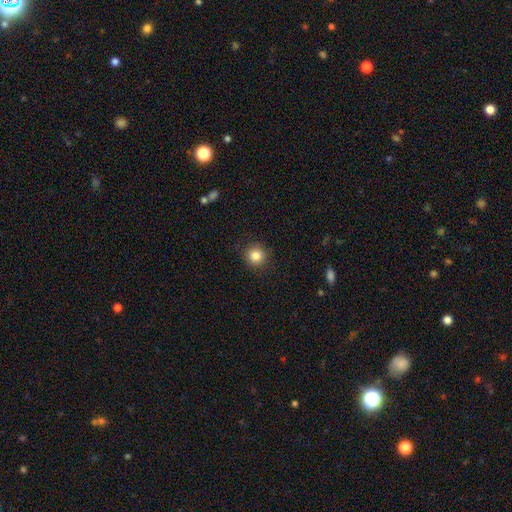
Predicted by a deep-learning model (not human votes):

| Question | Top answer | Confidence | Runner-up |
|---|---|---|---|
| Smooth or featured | smooth | 84% | star or artifact (10%) |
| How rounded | round | 93% | in between (6%) |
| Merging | none | 90% | minor disturbance (7%) |